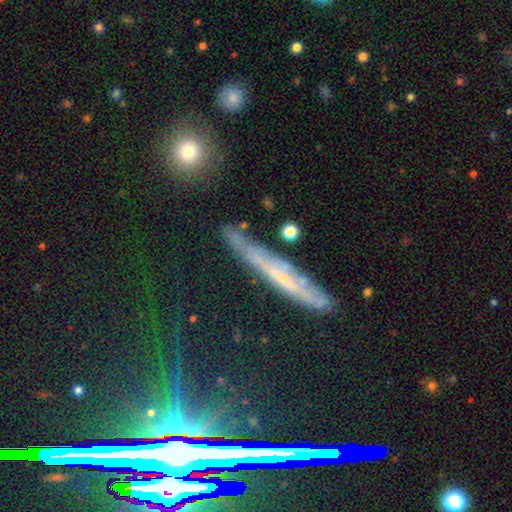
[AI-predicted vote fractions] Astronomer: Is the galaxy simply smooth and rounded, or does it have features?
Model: featured or disk — 49% (runner-up: smooth, 35%).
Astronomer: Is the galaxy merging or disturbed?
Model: none — 71%.